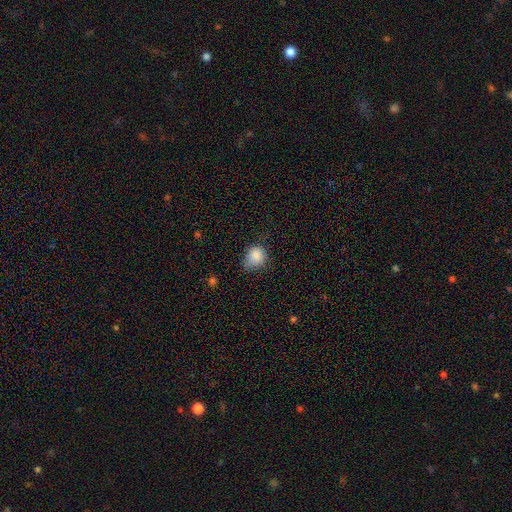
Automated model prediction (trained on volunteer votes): Morphology: type=smooth (86%); roundness=round (61%); merging=none (55%).